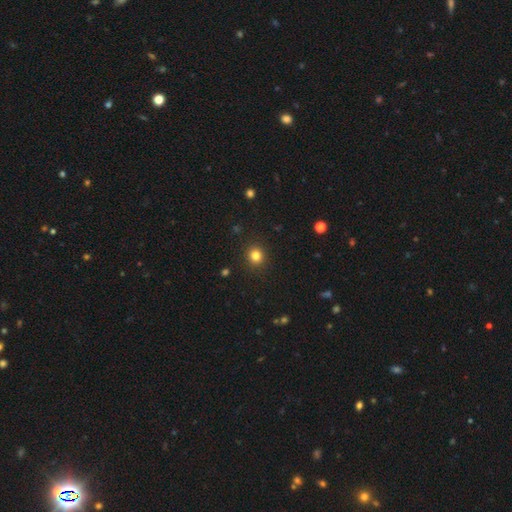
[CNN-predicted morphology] This appears to be a smooth galaxy with no disk features (82%) that is round (88%). Merging: none (91%).